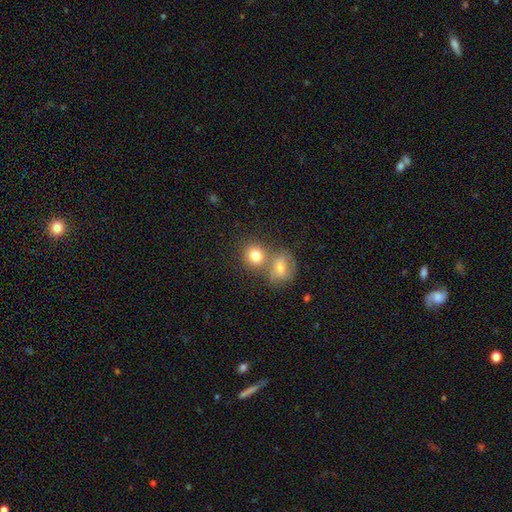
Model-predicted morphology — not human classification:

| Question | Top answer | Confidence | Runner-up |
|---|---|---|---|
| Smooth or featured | smooth | 80% | featured or disk (12%) |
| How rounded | round | 74% | in between (25%) |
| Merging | merger | 45% | none (42%) |